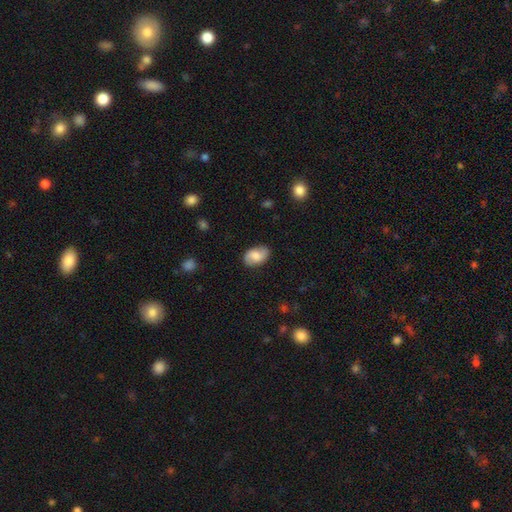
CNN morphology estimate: Smooth or featured: smooth — 59% (featured or disk — 34%)
How rounded: in between — 88% (round — 10%)
Merging: none — 80% (minor disturbance — 15%)